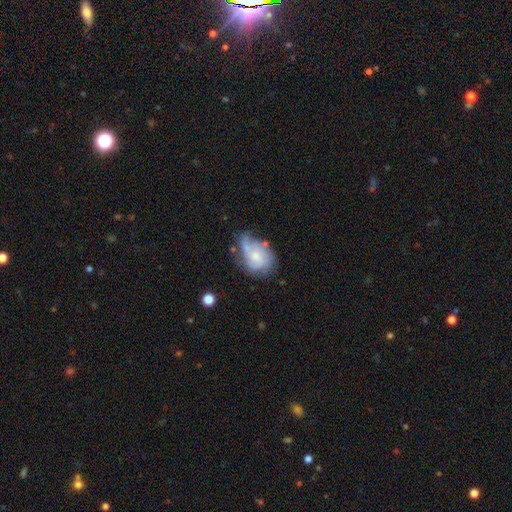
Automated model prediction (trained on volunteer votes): featured or disk 66%, smooth 26%, star or artifact 8%. Down the decision tree: edge-on disk — no (97%); bar — no (71%); spiral arms — yes (80%); spiral arm count — can't tell (34%); spiral winding — medium (40%, tied with tight); bulge size — small (45%); merging — none (40%).